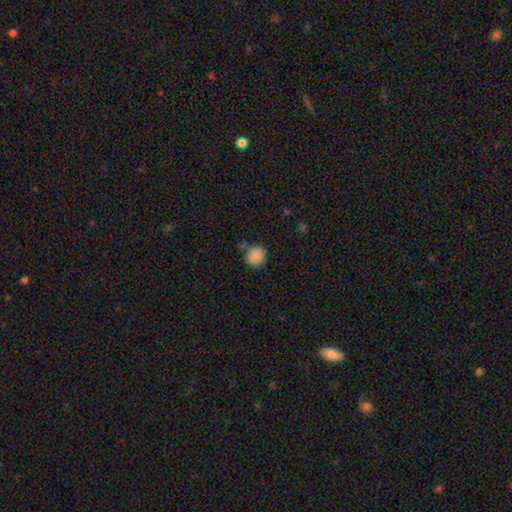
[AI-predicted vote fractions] smooth_or_featured: smooth (p=0.87) [alt: star or artifact p=0.09]
how_rounded: round (p=0.85) [alt: in between p=0.14]
merging: none (p=0.70) [alt: minor disturbance p=0.17]